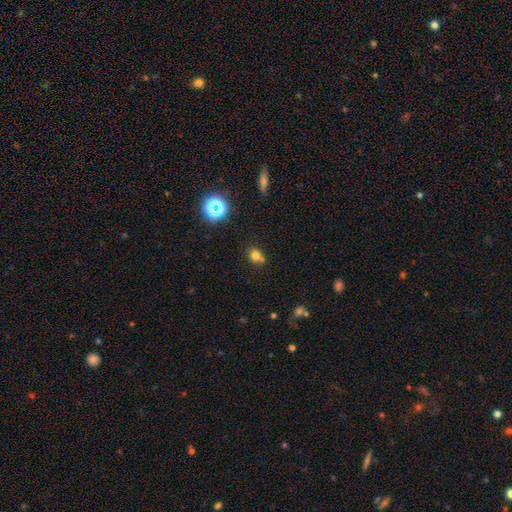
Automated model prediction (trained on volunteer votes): Smooth or featured: smooth — 72% (star or artifact — 19%)
How rounded: round — 72% (in between — 27%)
Merging: none — 60% (merger — 25%)